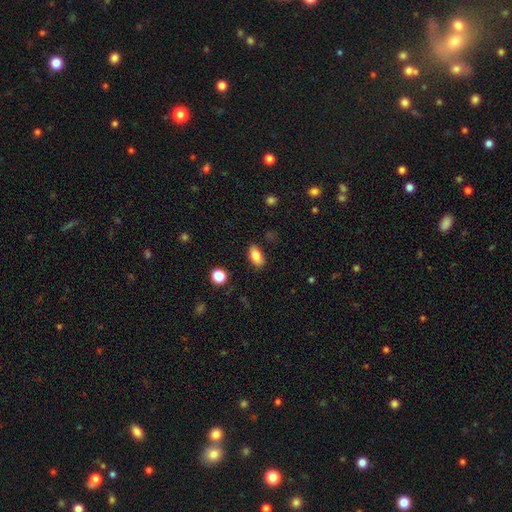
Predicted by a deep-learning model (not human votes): Morphology: type=smooth (83%); roundness=in between (89%); merging=none (86%).